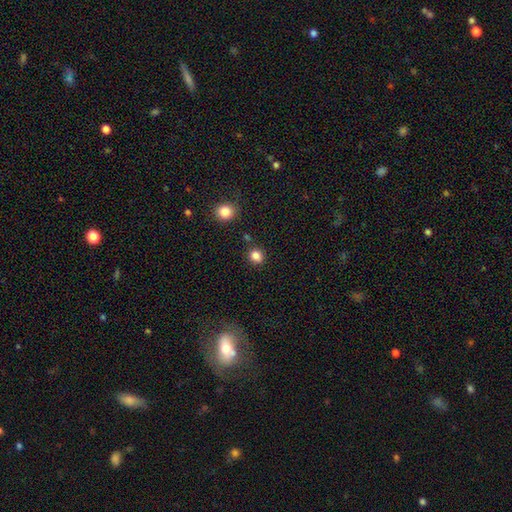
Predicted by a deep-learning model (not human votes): This is clearly a smooth galaxy (85%). How rounded: likely round (75%). Merging: clearly none (84%).